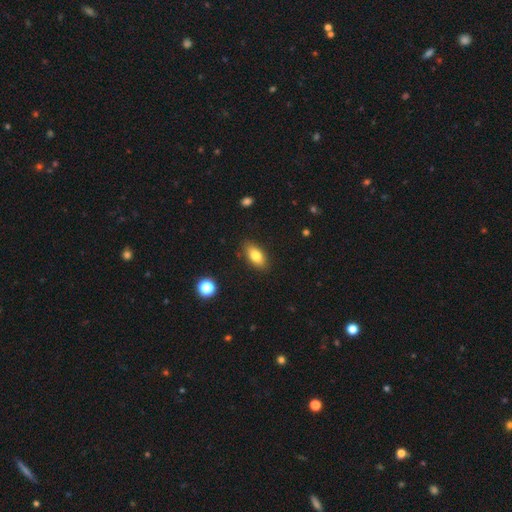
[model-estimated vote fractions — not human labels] Smooth or featured: smooth — 79% (featured or disk — 13%)
How rounded: in between — 88% (cigar-shaped — 7%)
Merging: none — 87% (minor disturbance — 9%)